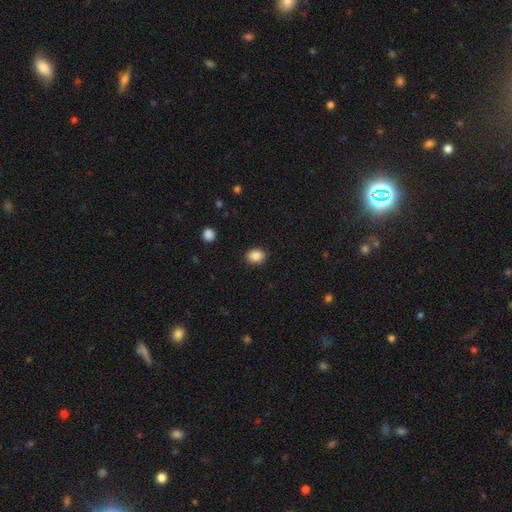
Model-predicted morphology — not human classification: A smooth galaxy with no disk features (87%) that is in between round and cigar-shaped (55%). Merging: none (89%).